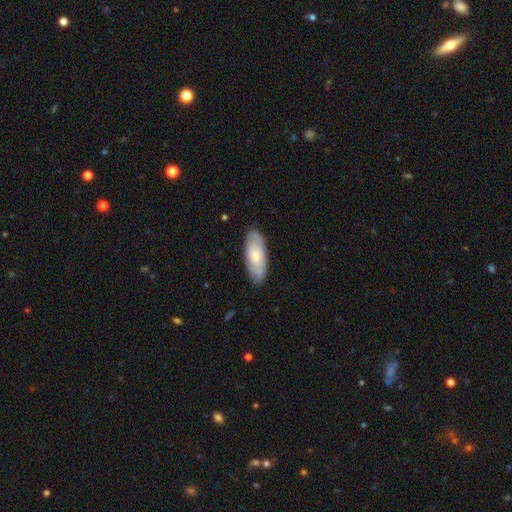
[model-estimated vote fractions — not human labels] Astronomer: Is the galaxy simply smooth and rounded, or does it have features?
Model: smooth — 64%.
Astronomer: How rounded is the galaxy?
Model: in between — 79%.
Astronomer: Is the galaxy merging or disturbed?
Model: none — 84%.